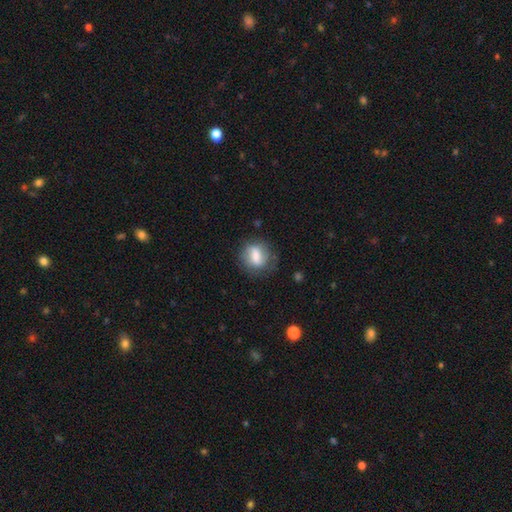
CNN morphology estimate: type=smooth (63%); roundness=round (53%); merging=none (69%).